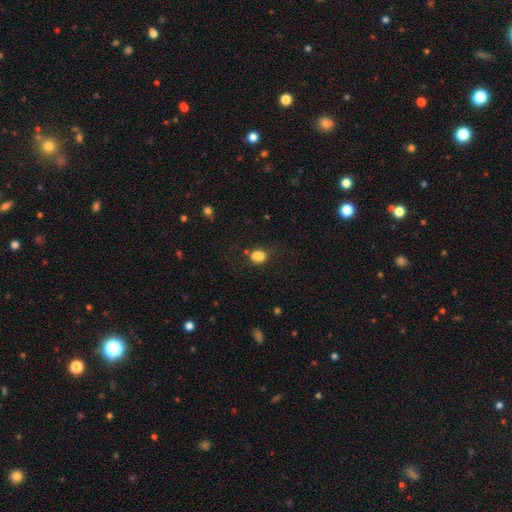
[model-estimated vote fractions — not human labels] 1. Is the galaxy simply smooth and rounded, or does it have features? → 81% smooth, 12% star or artifact, 7% featured or disk.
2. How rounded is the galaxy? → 54% in between, 44% round, 1% cigar-shaped.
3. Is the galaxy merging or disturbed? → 60% none, 22% minor disturbance, 9% merger, 8% major disturbance.